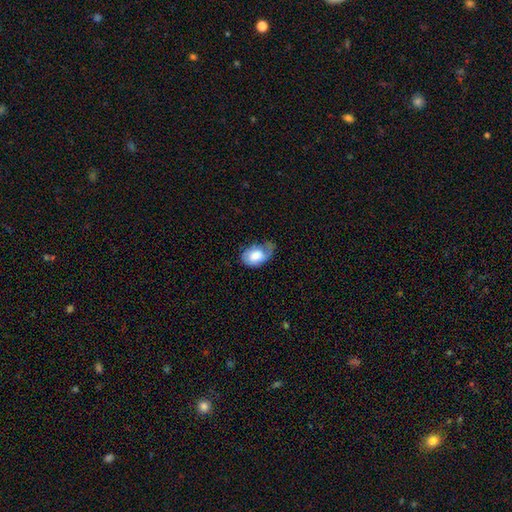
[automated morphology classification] Smooth or featured? Predicted: smooth (p=0.65). How rounded? Predicted: in between (p=0.85). Merging? Predicted: minor disturbance (p=0.40).